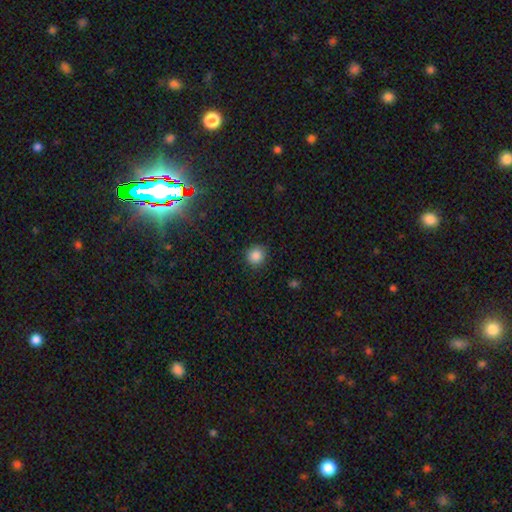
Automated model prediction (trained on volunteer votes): This appears to be a smooth galaxy with no disk features (86%) that is round (87%). Merging: none (88%).